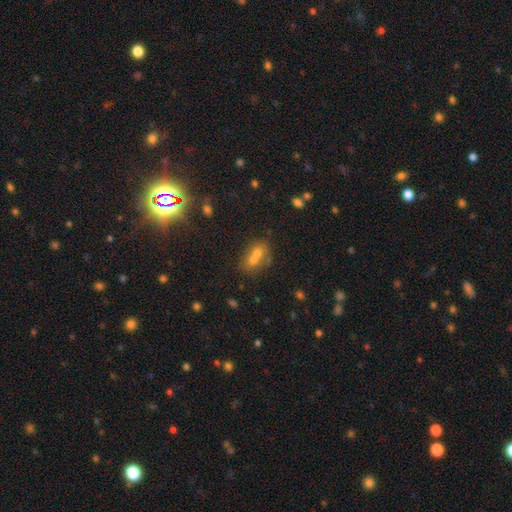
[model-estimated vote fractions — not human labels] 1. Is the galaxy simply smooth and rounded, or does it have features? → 64% smooth, 21% featured or disk, 15% star or artifact.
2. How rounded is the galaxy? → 51% in between, 47% round, 2% cigar-shaped.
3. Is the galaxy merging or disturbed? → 64% merger, 25% none, 7% minor disturbance, 4% major disturbance.